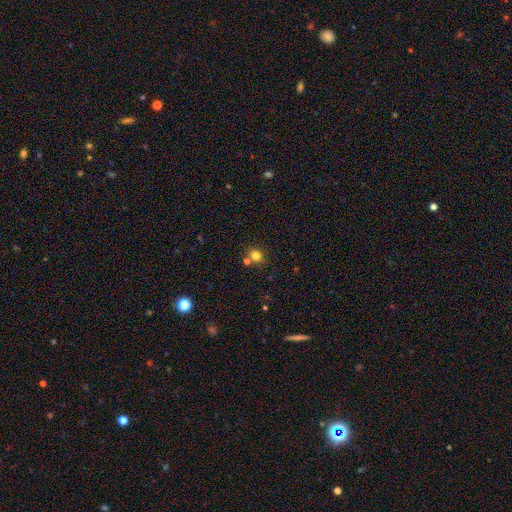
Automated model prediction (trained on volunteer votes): This appears to be a smooth galaxy with no disk features (79%) that is round (78%). Merging: none (72%).